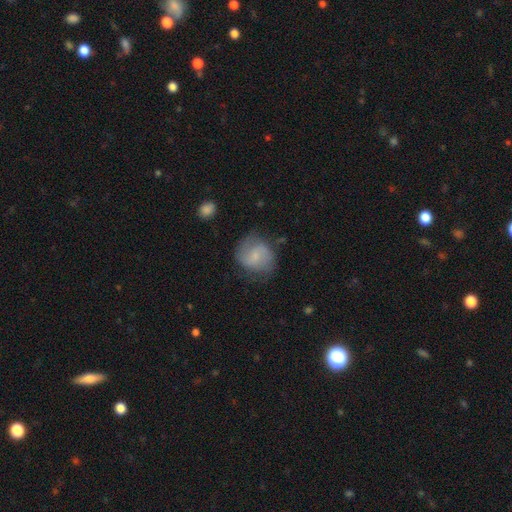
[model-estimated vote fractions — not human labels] Smooth or featured? Predicted: featured or disk (p=0.52). Edge-on disk? Predicted: no (p=0.97). Bar? Predicted: weak (p=0.47). Spiral arms? Predicted: yes (p=0.88). Bulge size? Predicted: small (p=0.51). Merging? Predicted: none (p=0.65).